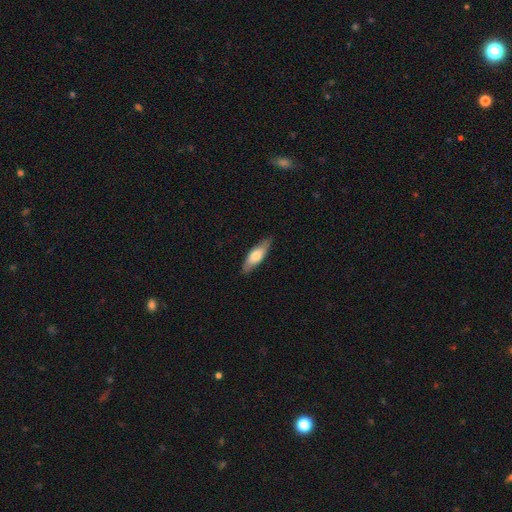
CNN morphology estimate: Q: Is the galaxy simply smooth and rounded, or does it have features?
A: smooth — 63%.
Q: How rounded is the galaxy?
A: in between — 56%.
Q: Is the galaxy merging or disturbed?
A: none — 82%.